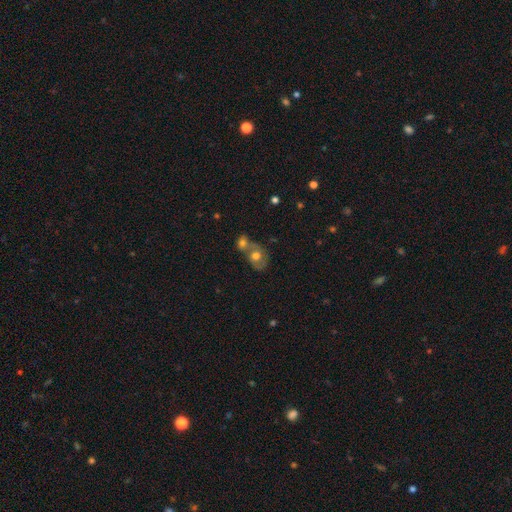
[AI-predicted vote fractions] smooth_or_featured: smooth (p=0.51) [alt: featured or disk p=0.39]
how_rounded: round (p=0.50) [alt: in between p=0.48]
merging: merger (p=0.59) [alt: none p=0.27]